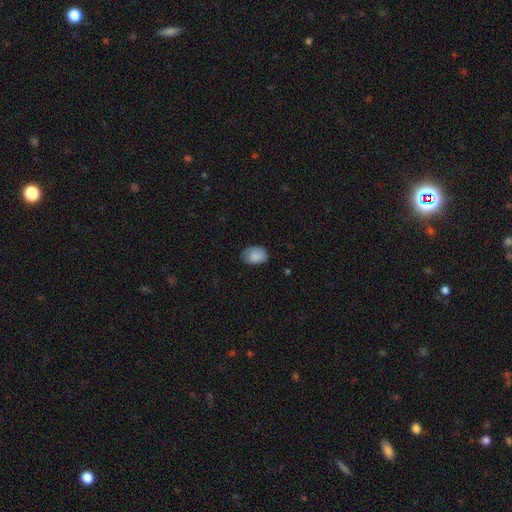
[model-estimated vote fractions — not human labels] smooth-or-featured: smooth: 87% | star or artifact: 7% | featured or disk: 6%
  how-rounded: in between: 75% | round: 24% | cigar-shaped: 1%
  merging: none: 73% | minor disturbance: 22% | major disturbance: 4% | merger: 1%